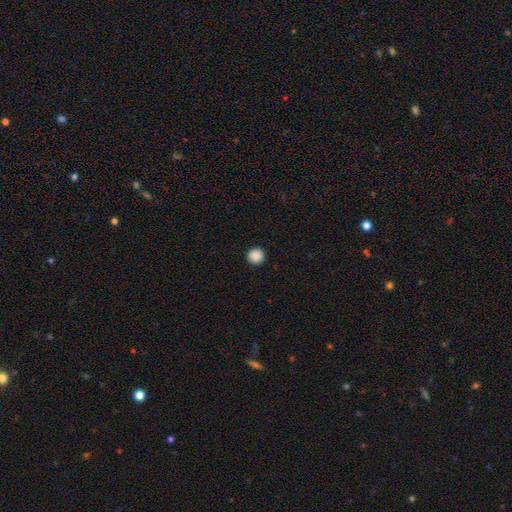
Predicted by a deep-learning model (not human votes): Overall: smooth (89%). How rounded: round (95%). Merging: none (93%).